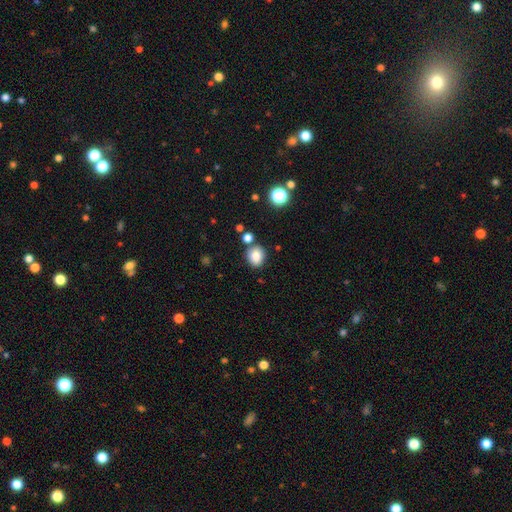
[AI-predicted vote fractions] This appears to be a smooth galaxy with no disk features (82%) that is round (67%). Merging: none (78%).